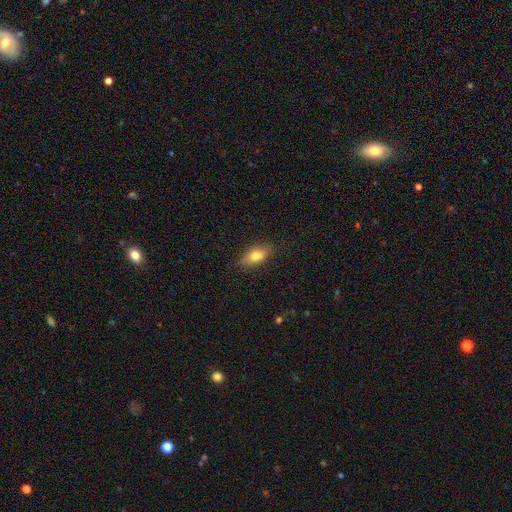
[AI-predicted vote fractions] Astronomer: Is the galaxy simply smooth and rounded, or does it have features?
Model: smooth — 69%.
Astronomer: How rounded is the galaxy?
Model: in between — 76%.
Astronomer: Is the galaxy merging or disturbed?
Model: none — 81%.